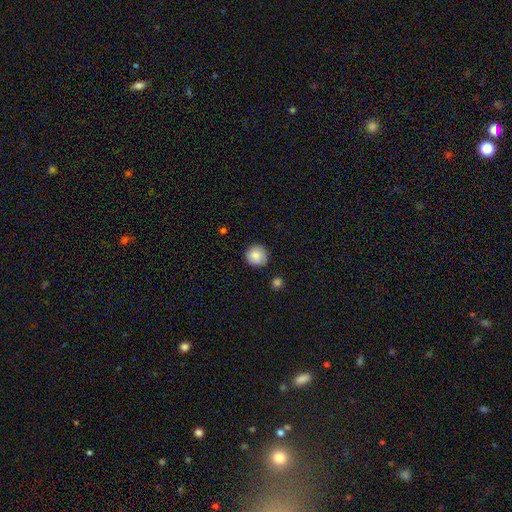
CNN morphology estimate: This is clearly a smooth galaxy (86%). How rounded: clearly round (95%). Merging: clearly none (88%).